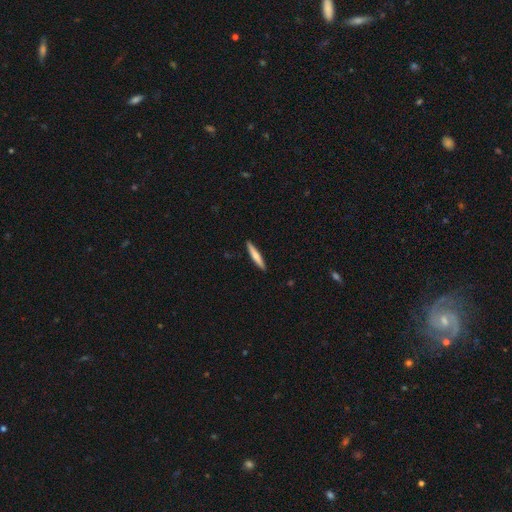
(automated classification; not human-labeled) Overall: smooth (63%; featured or disk 32%). How rounded: cigar-shaped (93%). Merging: none (91%).